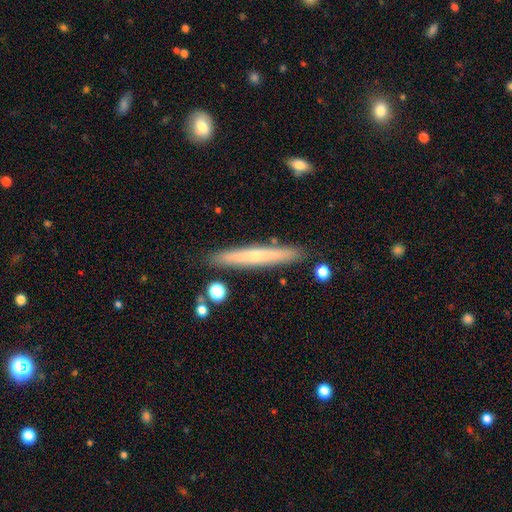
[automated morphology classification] Overall: smooth (47%; featured or disk 46%). Merging: none (89%).